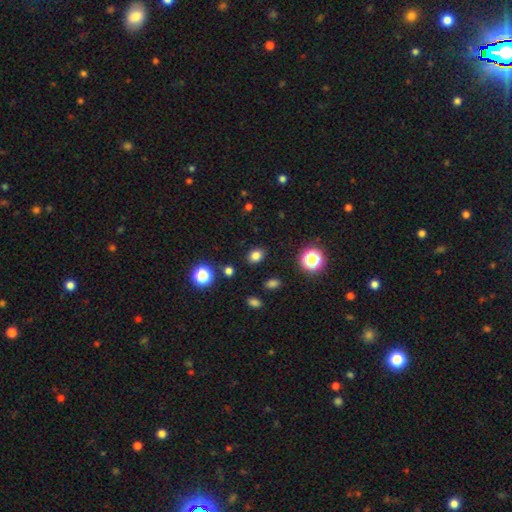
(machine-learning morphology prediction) Q: Smooth or featured?
A: smooth (79%); runner-up: star or artifact (15%)
Q: How rounded?
A: in between (56%); runner-up: round (43%)
Q: Merging?
A: none (86%); runner-up: minor disturbance (9%)